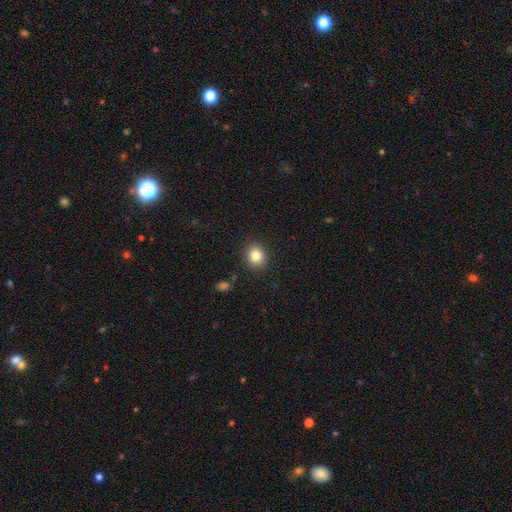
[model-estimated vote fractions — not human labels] Overall: smooth (84%). How rounded: round (70%). Merging: none (89%).